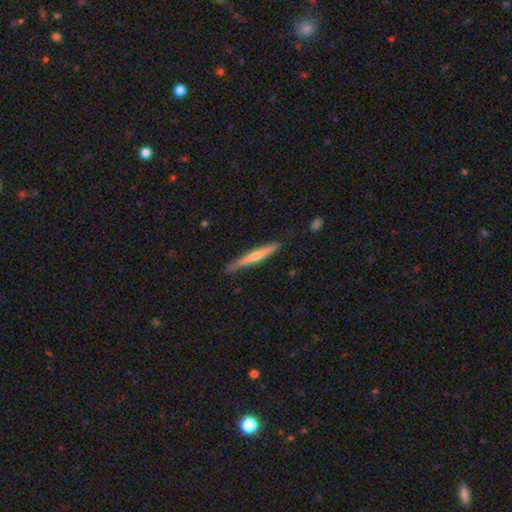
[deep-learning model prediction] A featured or disk galaxy (59%) viewed edge-on (96%) with a rounded central bulge (74%).

Vote fractions:
- Smooth or featured? featured or disk: 59% / smooth: 35% / star or artifact: 6%
- Edge-on disk? yes: 96% / no: 4%
- Edge-on bulge? rounded: 74% / none: 22% / boxy: 4%
- Merging? none: 87% / minor disturbance: 10% / major disturbance: 2% / merger: 1%